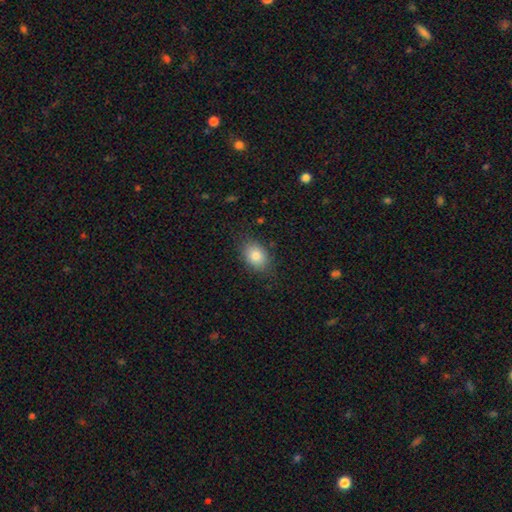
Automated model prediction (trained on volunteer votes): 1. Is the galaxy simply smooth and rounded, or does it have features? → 82% smooth, 10% featured or disk, 9% star or artifact.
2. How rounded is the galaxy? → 76% in between, 22% round, 1% cigar-shaped.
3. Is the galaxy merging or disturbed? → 80% none, 15% minor disturbance, 4% major disturbance, 1% merger.